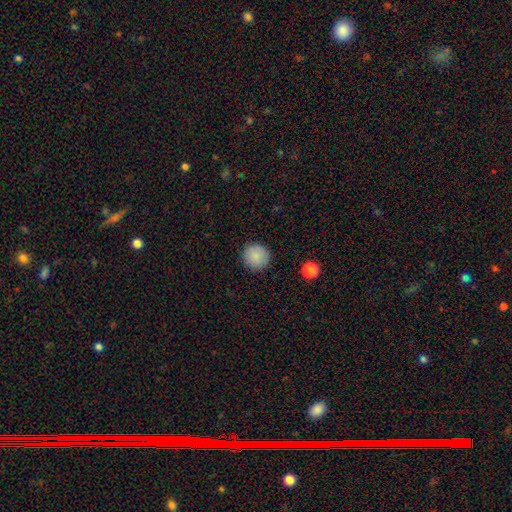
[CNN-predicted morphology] Smooth or featured?
  - smooth: 88% *
  - star or artifact: 8%
  - featured or disk: 4%
How rounded?
  - round: 95% *
  - in between: 4%
  - cigar-shaped: 1%
Merging?
  - none: 91% *
  - minor disturbance: 6%
  - major disturbance: 2%
  - merger: 1%